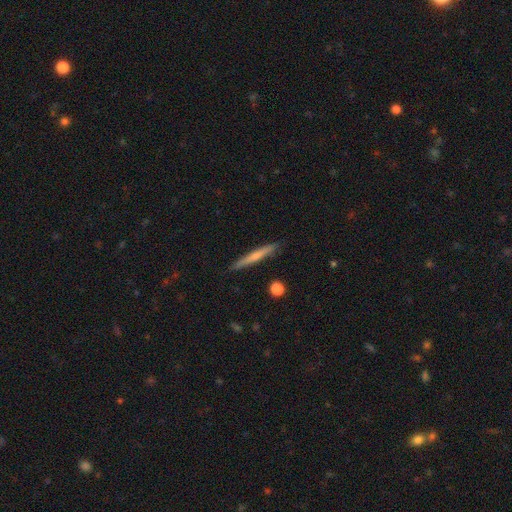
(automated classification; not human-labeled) smooth-or-featured: smooth: 51% | featured or disk: 44% | star or artifact: 6%
  how-rounded: cigar-shaped: 95% | in between: 3% | round: 2%
  merging: none: 88% | minor disturbance: 8% | merger: 2% | major disturbance: 2%